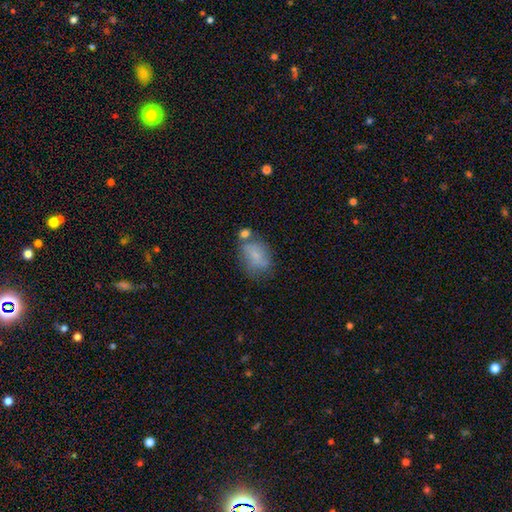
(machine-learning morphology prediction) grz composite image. It shows a smooth galaxy with no disk features (71%) that is in between round and cigar-shaped (77%). Merging: none (43%).